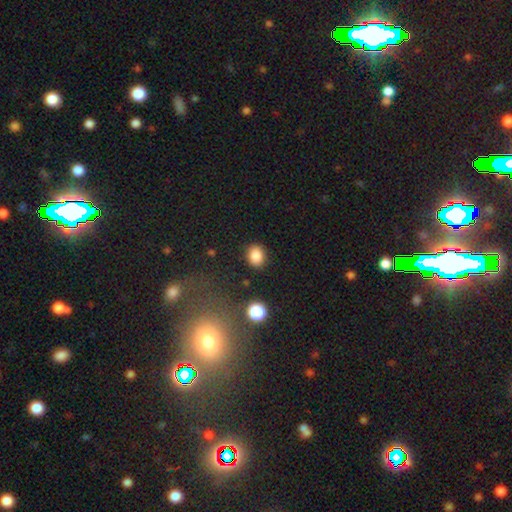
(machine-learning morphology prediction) type=smooth (85%); roundness=in between (50%); merging=none (86%).